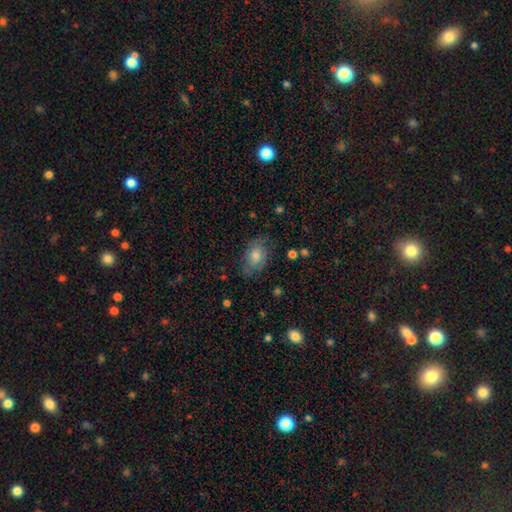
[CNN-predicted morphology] type=smooth (55%); roundness=in between (78%); merging=none (70%).